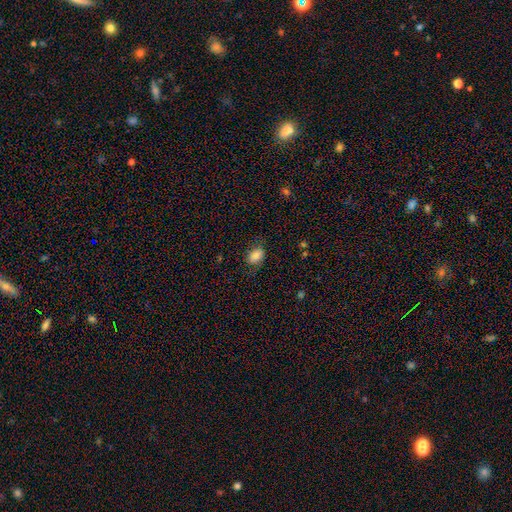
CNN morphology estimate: Smooth or featured? Predicted: smooth (p=0.81). How rounded? Predicted: in between (p=0.85). Merging? Predicted: none (p=0.72).